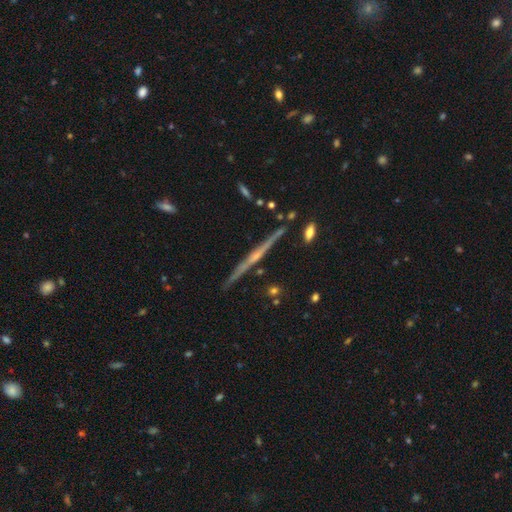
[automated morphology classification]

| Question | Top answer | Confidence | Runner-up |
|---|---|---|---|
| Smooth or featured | featured or disk | 83% | smooth (10%) |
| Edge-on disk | yes | 98% | no (2%) |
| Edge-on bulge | rounded | 71% | none (22%) |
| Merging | none | 89% | minor disturbance (7%) |